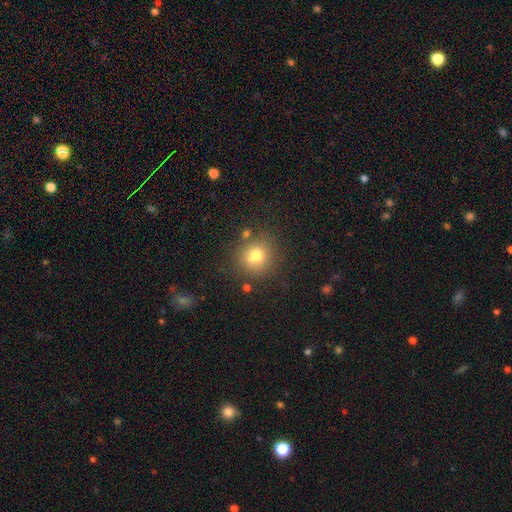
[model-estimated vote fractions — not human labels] Smooth or featured?
  - smooth: 78% *
  - star or artifact: 12%
  - featured or disk: 10%
How rounded?
  - round: 77% *
  - in between: 22%
  - cigar-shaped: 1%
Merging?
  - none: 76% *
  - minor disturbance: 13%
  - merger: 6%
  - major disturbance: 4%